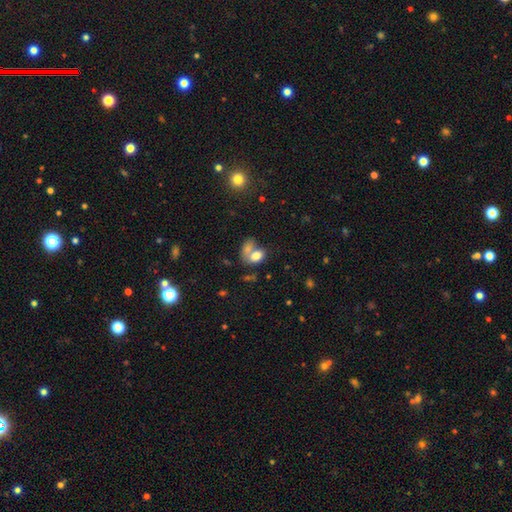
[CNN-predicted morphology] This is likely a smooth galaxy (78%). How rounded: likely in between (80%). Merging: possibly merger (57%).